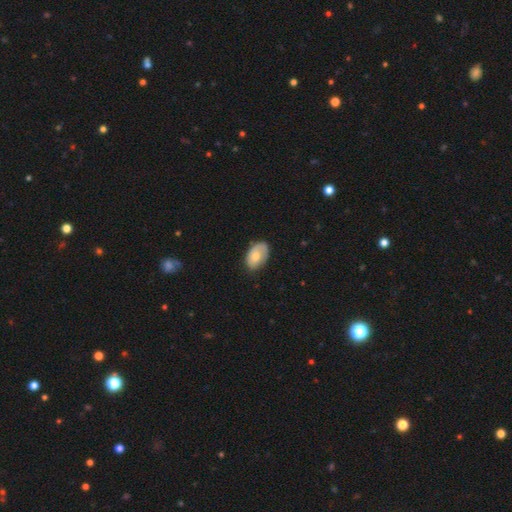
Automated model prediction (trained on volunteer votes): Q: Smooth or featured?
A: smooth (64%); runner-up: featured or disk (30%)
Q: How rounded?
A: in between (90%); runner-up: round (9%)
Q: Merging?
A: none (69%); runner-up: minor disturbance (23%)